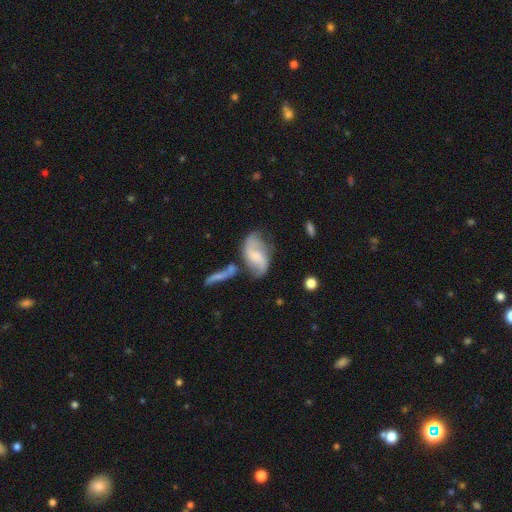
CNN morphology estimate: Q: Smooth or featured?
A: featured or disk (74%); runner-up: smooth (19%)
Q: Edge-on disk?
A: no (96%); runner-up: yes (4%)
Q: Bar?
A: weak (48%); runner-up: no (38%)
Q: Spiral arms?
A: yes (92%); runner-up: no (8%)
Q: Spiral winding?
A: loose (58%); runner-up: medium (33%)
Q: Spiral arm count?
A: 2 (86%); runner-up: can't tell (6%)
Q: Bulge size?
A: small (36%); runner-up: moderate (29%)
Q: Merging?
A: none (47%); runner-up: minor disturbance (21%)